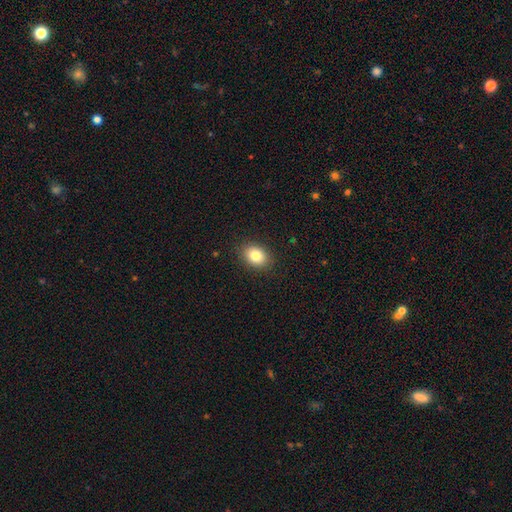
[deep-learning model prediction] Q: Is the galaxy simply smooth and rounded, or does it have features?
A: smooth — 83%.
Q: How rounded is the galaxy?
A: in between — 67%.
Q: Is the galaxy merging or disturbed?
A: none — 89%.